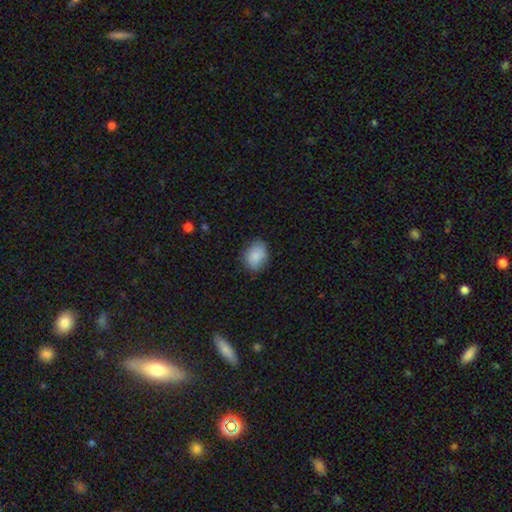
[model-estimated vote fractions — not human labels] smooth 87%, star or artifact 7%, featured or disk 6%. Down the decision tree: how rounded — in between (65%); merging — none (80%).